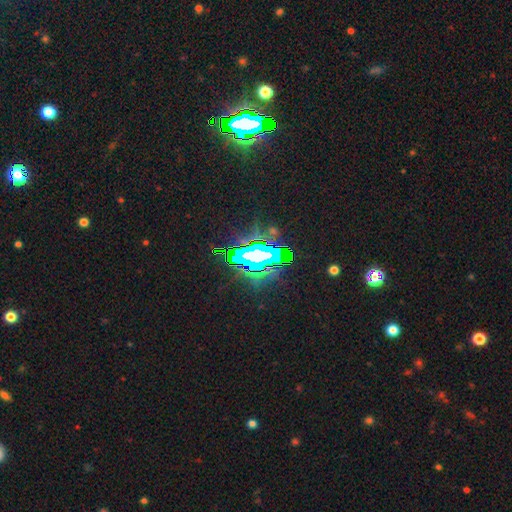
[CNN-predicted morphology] This appears to be a star or artifact, not a galaxy (70%).